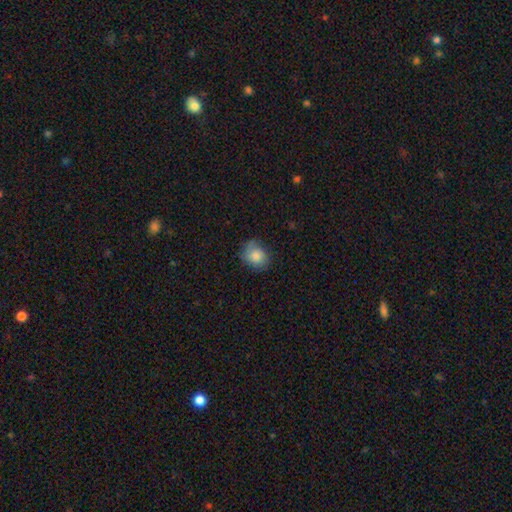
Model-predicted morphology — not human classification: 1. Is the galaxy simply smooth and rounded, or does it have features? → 79% smooth, 12% featured or disk, 8% star or artifact.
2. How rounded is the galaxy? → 62% round, 37% in between, 1% cigar-shaped.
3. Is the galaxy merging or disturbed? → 66% none, 25% minor disturbance, 7% major disturbance, 1% merger.